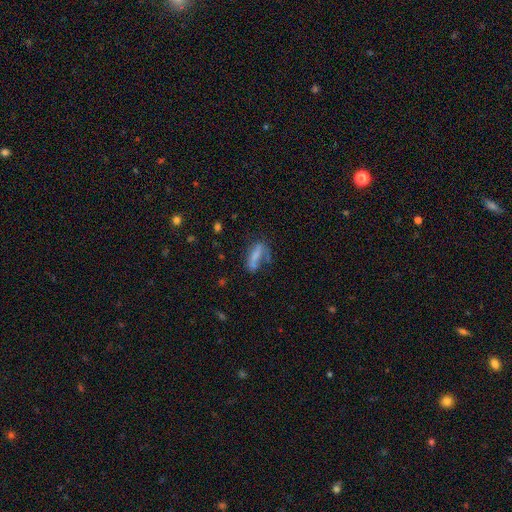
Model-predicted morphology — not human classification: Smooth or featured?
  - smooth: 63% *
  - featured or disk: 26%
  - star or artifact: 11%
How rounded?
  - in between: 54% *
  - cigar-shaped: 42%
  - round: 4%
Merging?
  - none: 39% *
  - minor disturbance: 23%
  - major disturbance: 23%
  - merger: 14%